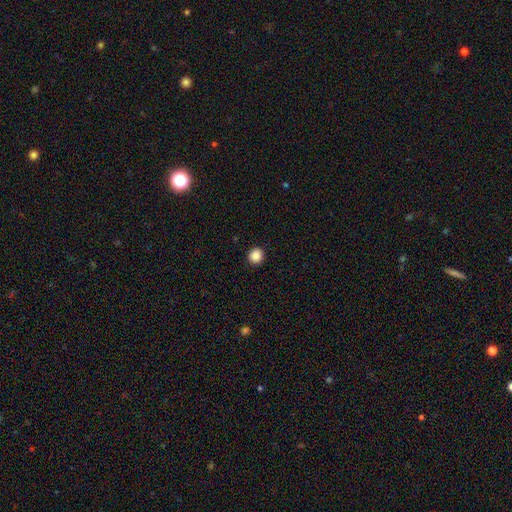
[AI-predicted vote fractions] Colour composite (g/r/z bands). It shows a smooth galaxy with no disk features (88%) that is round (90%). Merging: none (93%).